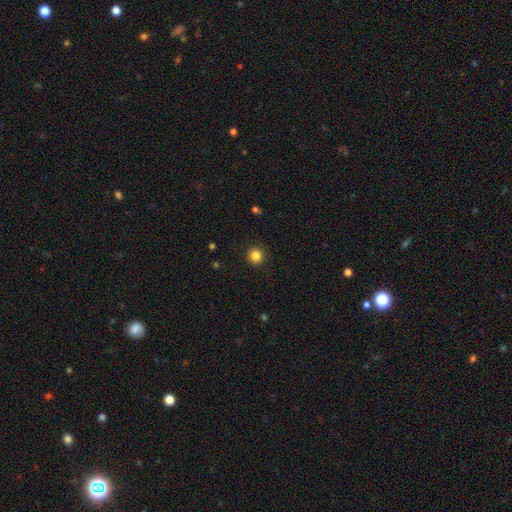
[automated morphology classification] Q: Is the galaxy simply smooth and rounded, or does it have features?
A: smooth — 84%.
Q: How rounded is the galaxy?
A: round — 94%.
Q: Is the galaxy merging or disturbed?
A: none — 92%.